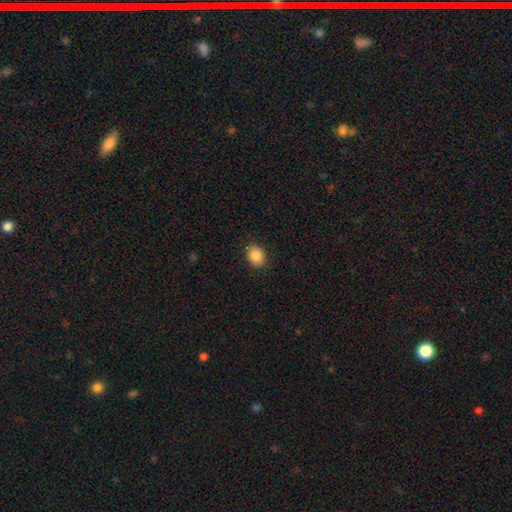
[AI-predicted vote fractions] The model was most divided on "how rounded": in between: 62%, round: 37%, cigar-shaped: 1%. More confident: smooth or featured — smooth (87%); merging — none (86%).